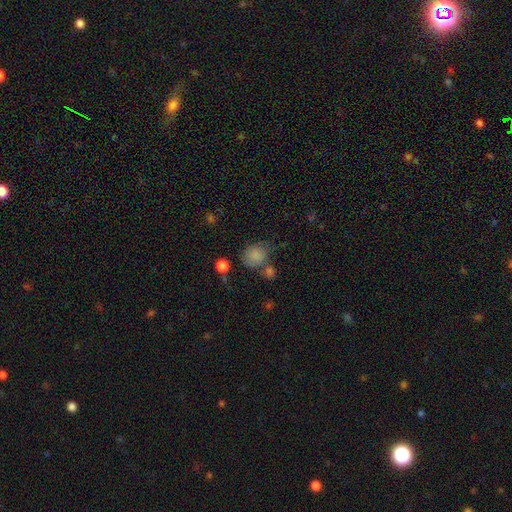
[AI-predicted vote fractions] smooth-or-featured: smooth: 82% | star or artifact: 10% | featured or disk: 7%
  how-rounded: round: 67% | in between: 31% | cigar-shaped: 1%
  merging: none: 53% | minor disturbance: 20% | merger: 17% | major disturbance: 9%